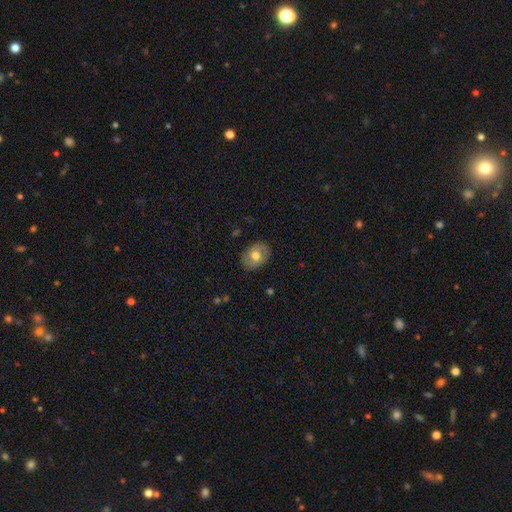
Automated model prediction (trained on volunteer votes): Overall: smooth (63%; featured or disk 30%). How rounded: in between (58%; round 41%). Merging: none (85%).